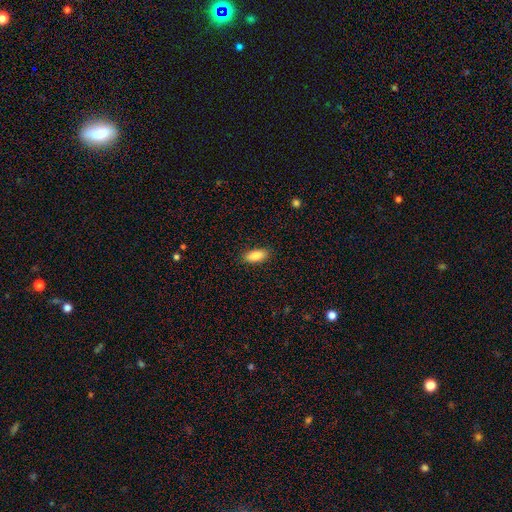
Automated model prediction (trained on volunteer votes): This is clearly a smooth galaxy (88%). How rounded: clearly in between (84%). Merging: clearly none (88%).